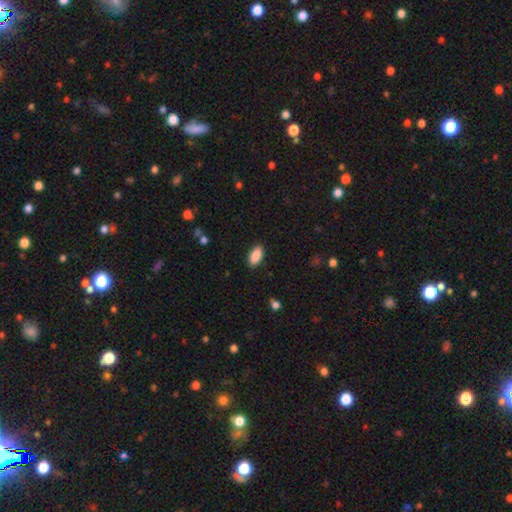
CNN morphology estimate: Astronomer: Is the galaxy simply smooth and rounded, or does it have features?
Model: smooth — 89%.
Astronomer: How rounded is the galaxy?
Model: in between — 91%.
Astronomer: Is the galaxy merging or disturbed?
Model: none — 88%.